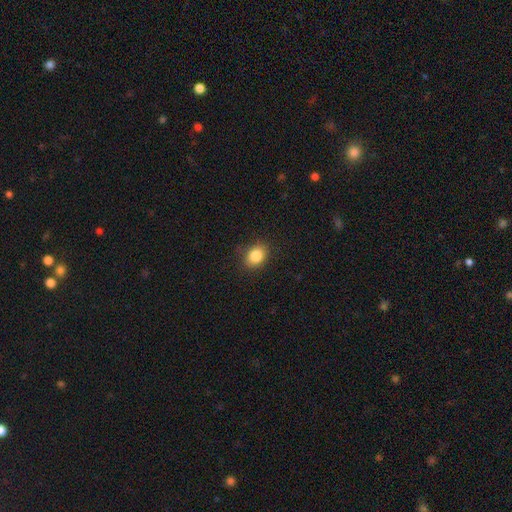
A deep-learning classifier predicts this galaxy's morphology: Smooth or featured? smooth (85%)
How rounded? in between (53%)
Merging? none (85%)